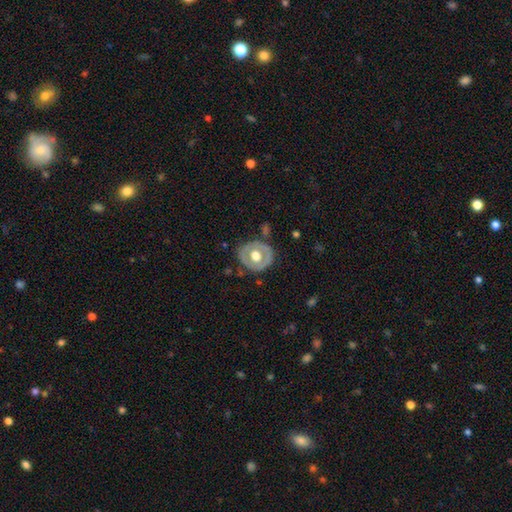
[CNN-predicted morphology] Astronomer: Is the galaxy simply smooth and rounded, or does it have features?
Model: featured or disk — 53% (runner-up: smooth, 42%).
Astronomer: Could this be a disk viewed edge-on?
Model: no — 94%.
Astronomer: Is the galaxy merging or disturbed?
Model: none — 77%.